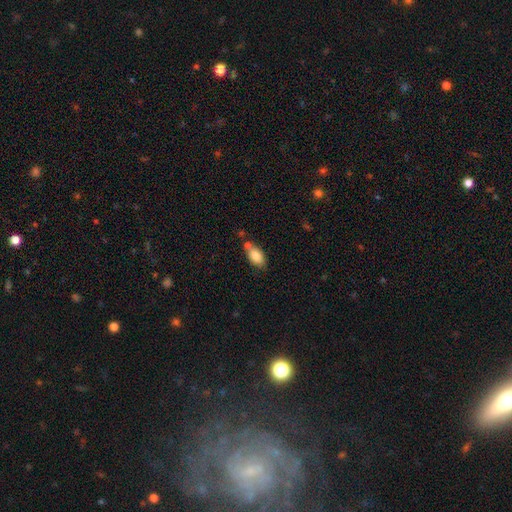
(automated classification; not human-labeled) A smooth galaxy with no disk features (83%) that is in between round and cigar-shaped (90%). Merging: none (58%).